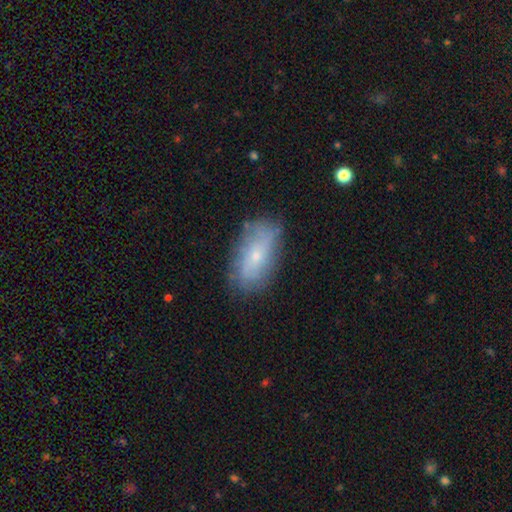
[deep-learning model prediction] Smooth or featured? smooth (48%)
Merging? none (73%)